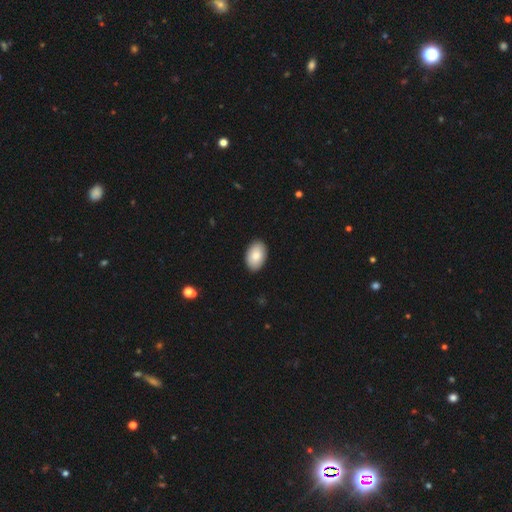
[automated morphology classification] Q: Smooth or featured?
A: smooth (86%); runner-up: featured or disk (9%)
Q: How rounded?
A: in between (92%); runner-up: round (6%)
Q: Merging?
A: none (90%); runner-up: minor disturbance (7%)